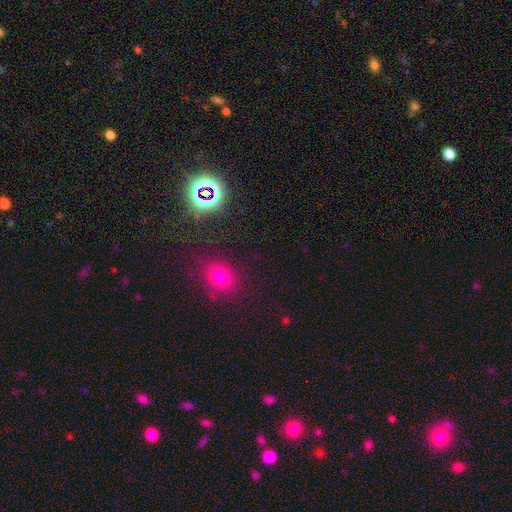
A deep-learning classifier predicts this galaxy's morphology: This is possibly a smooth galaxy (46%, tied with star or artifact). Merging: clearly none (83%).